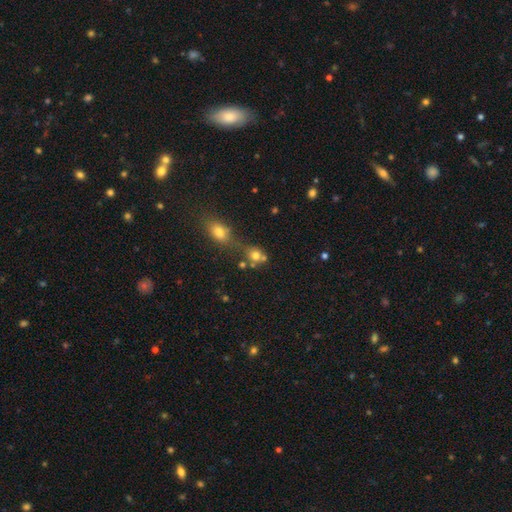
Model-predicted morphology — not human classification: A smooth galaxy with no disk features (72%) that is round (73%). Merging: none (44%).